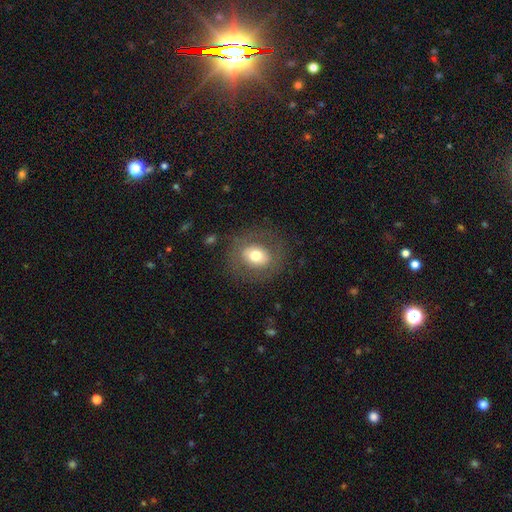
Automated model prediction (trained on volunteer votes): This is likely a smooth galaxy (63%). How rounded: likely round (66%). Merging: likely none (80%).